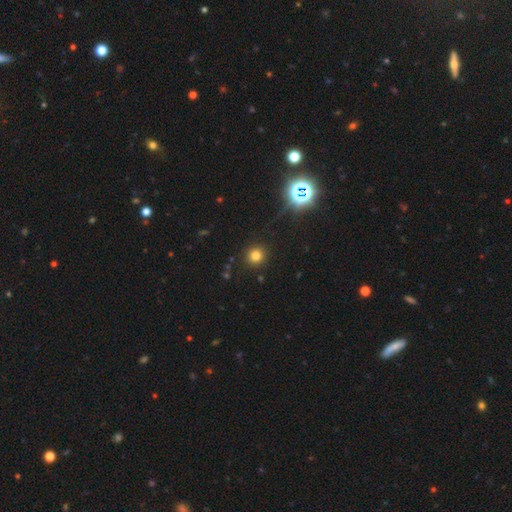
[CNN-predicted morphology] smooth_or_featured: smooth (p=0.76) [alt: star or artifact p=0.18]
how_rounded: round (p=0.93) [alt: in between p=0.06]
merging: none (p=0.91) [alt: minor disturbance p=0.06]